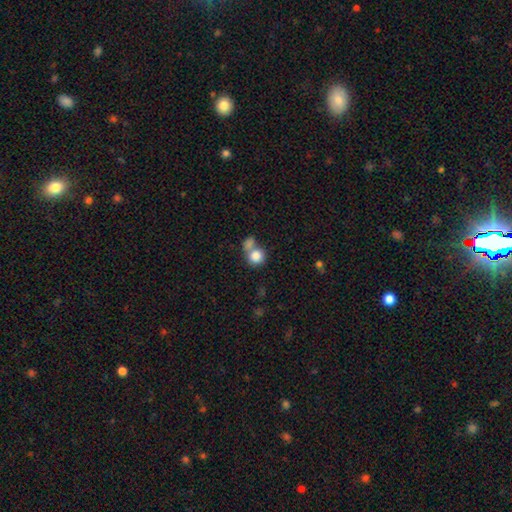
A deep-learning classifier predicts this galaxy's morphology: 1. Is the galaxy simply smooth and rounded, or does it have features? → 83% smooth, 9% star or artifact, 8% featured or disk.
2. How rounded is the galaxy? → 83% round, 16% in between, 1% cigar-shaped.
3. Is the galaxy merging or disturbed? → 45% merger, 40% none, 9% minor disturbance, 5% major disturbance.